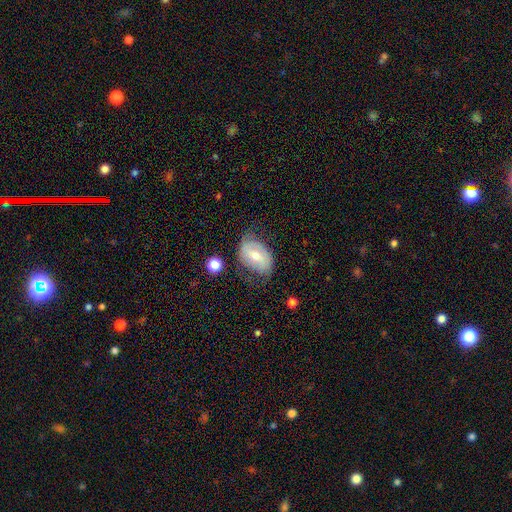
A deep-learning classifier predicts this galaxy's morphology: Q: Smooth or featured?
A: featured or disk (46%); tied with: smooth (46%)
Q: Merging?
A: none (53%); runner-up: minor disturbance (31%)